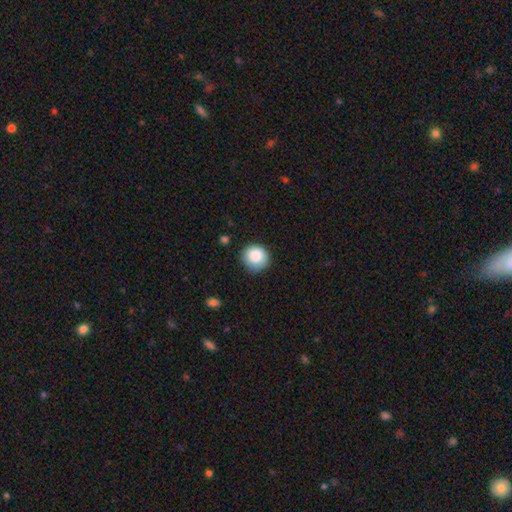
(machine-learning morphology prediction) smooth_or_featured: smooth (p=0.85) [alt: star or artifact p=0.08]
how_rounded: round (p=0.90) [alt: in between p=0.09]
merging: none (p=0.79) [alt: minor disturbance p=0.16]